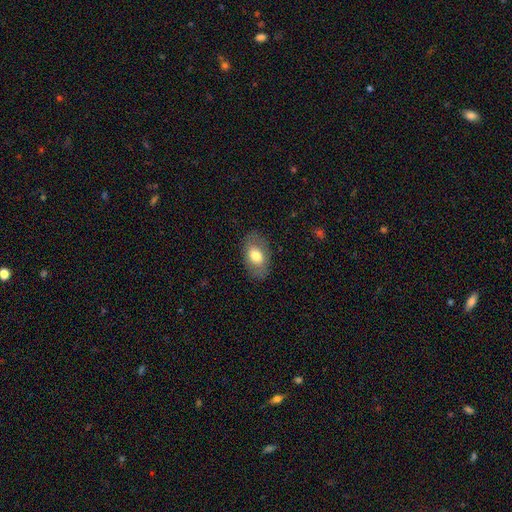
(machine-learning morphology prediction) smooth 71%, featured or disk 22%, star or artifact 7%. Down the decision tree: how rounded — in between (89%); merging — none (83%).